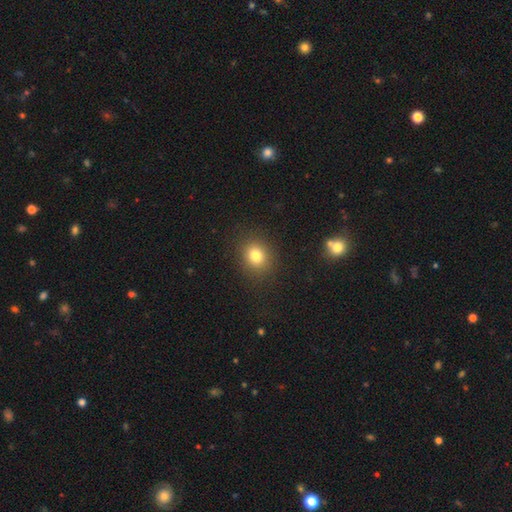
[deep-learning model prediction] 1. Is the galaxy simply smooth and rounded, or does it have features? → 79% smooth, 13% star or artifact, 8% featured or disk.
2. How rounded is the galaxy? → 73% round, 26% in between, 1% cigar-shaped.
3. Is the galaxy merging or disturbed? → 88% none, 7% minor disturbance, 3% major disturbance, 1% merger.